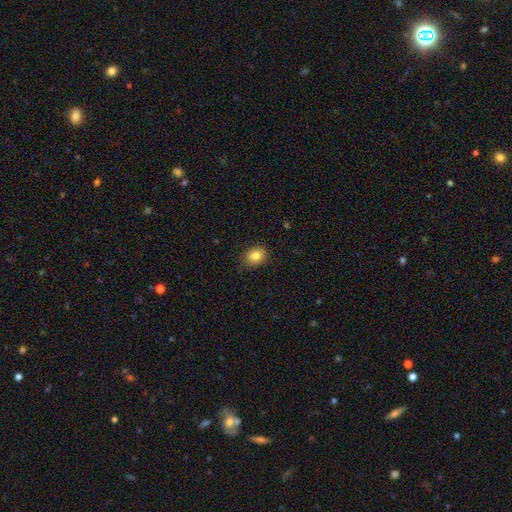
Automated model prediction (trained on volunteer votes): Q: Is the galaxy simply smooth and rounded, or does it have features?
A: smooth — 82%.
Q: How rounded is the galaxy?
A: round — 50%.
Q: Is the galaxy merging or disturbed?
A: none — 80%.